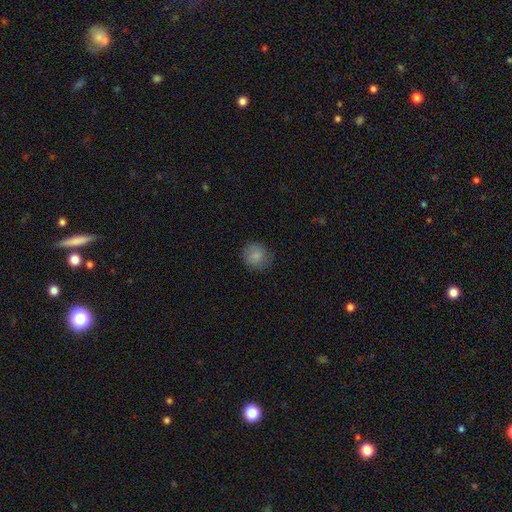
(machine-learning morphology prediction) smooth 86%, star or artifact 9%, featured or disk 6%. Down the decision tree: how rounded — round (88%); merging — none (80%).